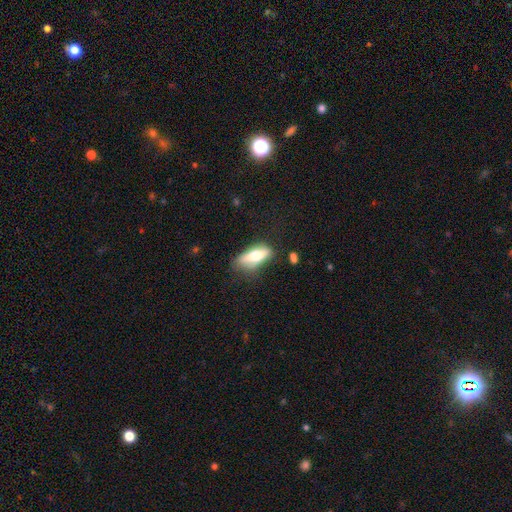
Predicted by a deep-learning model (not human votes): Smooth or featured: smooth — 63% (featured or disk — 30%)
How rounded: in between — 75% (cigar-shaped — 22%)
Merging: none — 63% (minor disturbance — 24%)